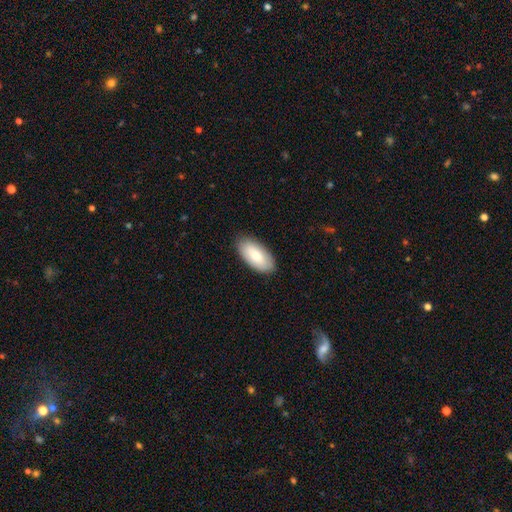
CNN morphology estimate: The model was most divided on "smooth or featured": smooth: 77%, featured or disk: 17%, star or artifact: 6%. More confident: how rounded — in between (93%); merging — none (86%).